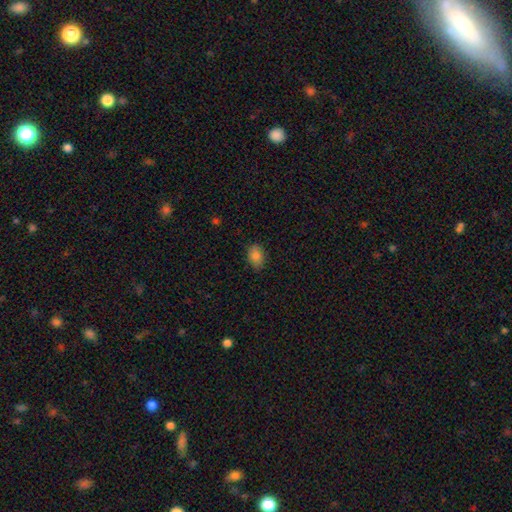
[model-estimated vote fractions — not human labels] A smooth galaxy with no disk features (83%) that is in between round and cigar-shaped (77%). Merging: none (84%).